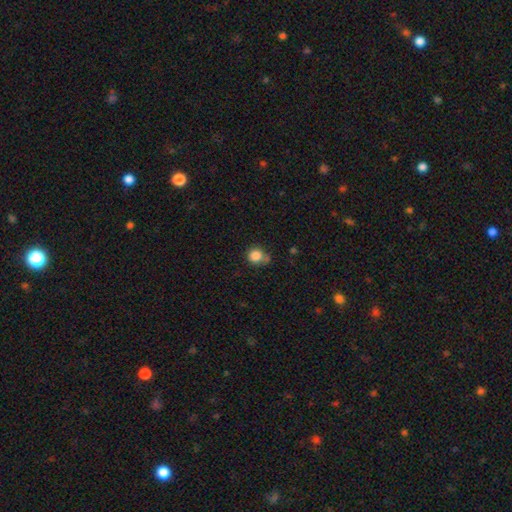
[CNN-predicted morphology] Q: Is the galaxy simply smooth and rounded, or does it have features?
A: smooth — 84%.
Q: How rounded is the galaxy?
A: round — 83%.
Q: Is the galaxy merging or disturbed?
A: none — 55%.